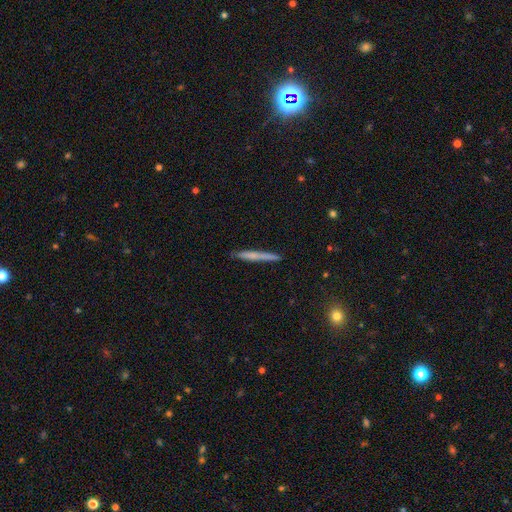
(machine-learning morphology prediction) smooth-or-featured: smooth: 56% | featured or disk: 37% | star or artifact: 6%
  how-rounded: cigar-shaped: 96% | in between: 2% | round: 2%
  merging: none: 89% | minor disturbance: 8% | major disturbance: 2% | merger: 1%